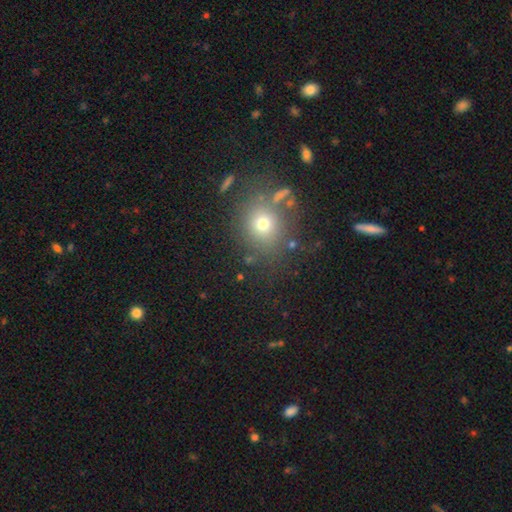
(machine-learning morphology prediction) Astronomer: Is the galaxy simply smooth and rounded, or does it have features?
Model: smooth — 64%.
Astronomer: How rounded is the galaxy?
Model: round — 73%.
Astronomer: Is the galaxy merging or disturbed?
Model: none — 76%.